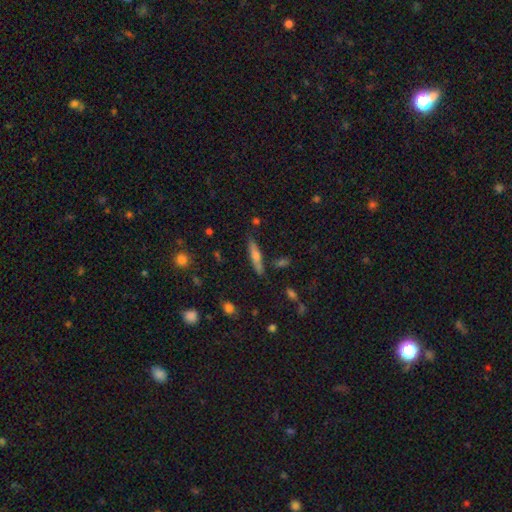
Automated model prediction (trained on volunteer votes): Smooth or featured: smooth — 48% (featured or disk — 44%)
Merging: none — 82% (minor disturbance — 11%)